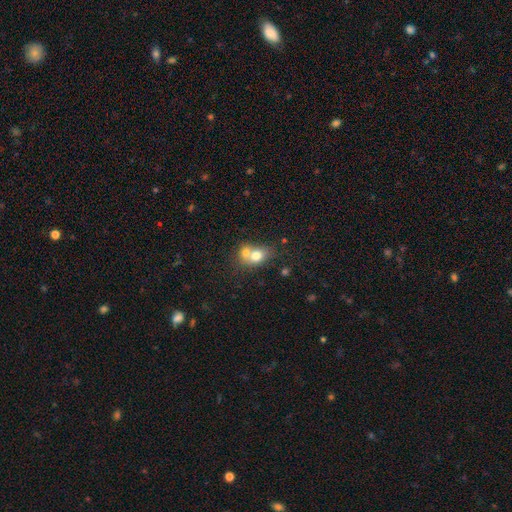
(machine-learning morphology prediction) smooth-or-featured: smooth: 72% | featured or disk: 19% | star or artifact: 10%
  how-rounded: in between: 55% | round: 44% | cigar-shaped: 1%
  merging: merger: 62% | none: 26% | minor disturbance: 8% | major disturbance: 4%